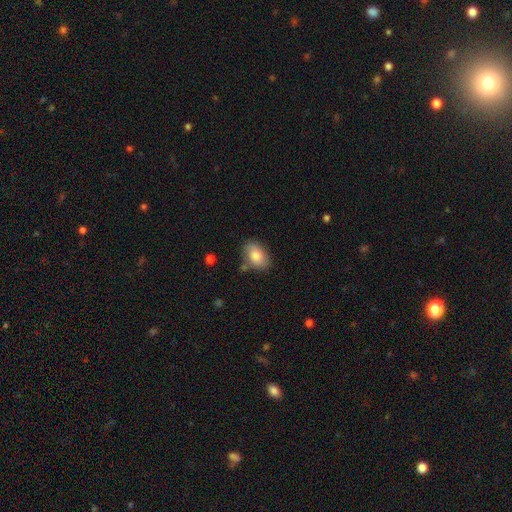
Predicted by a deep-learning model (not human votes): The model was most divided on "merging": none: 72%, minor disturbance: 18%, merger: 6%, major disturbance: 4%. More confident: how rounded — in between (87%); smooth or featured — smooth (80%).